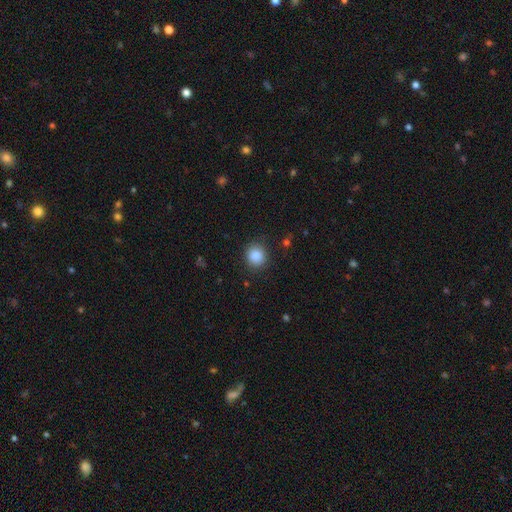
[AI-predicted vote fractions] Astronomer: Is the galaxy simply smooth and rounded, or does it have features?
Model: smooth — 87%.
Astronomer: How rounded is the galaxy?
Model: round — 83%.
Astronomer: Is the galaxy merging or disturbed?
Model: none — 86%.